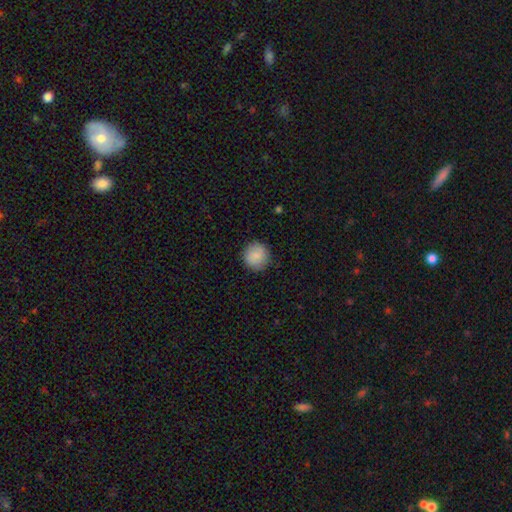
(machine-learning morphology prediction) A smooth galaxy with no disk features (87%) that is round (94%).

Vote fractions:
- Smooth or featured? smooth: 87% / star or artifact: 7% / featured or disk: 6%
- How rounded? round: 94% / in between: 5% / cigar-shaped: 1%
- Merging? none: 90% / minor disturbance: 7% / major disturbance: 2% / merger: 1%